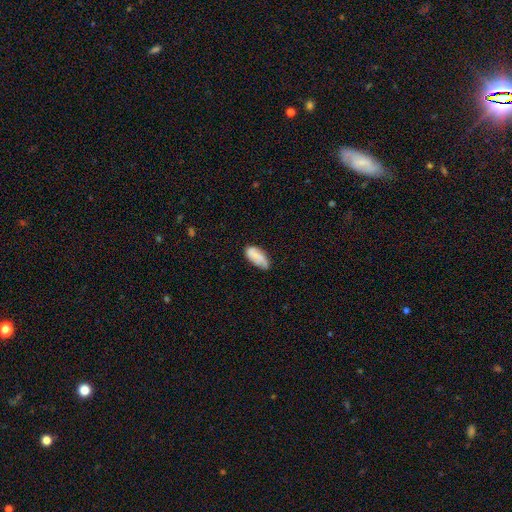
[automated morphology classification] A smooth galaxy with no disk features (67%) that is in between round and cigar-shaped (89%). Merging: none (53%).